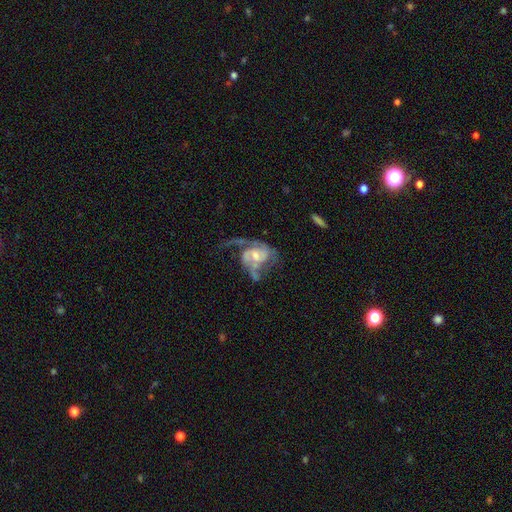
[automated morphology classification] Smooth or featured?
  - featured or disk: 83% *
  - smooth: 12%
  - star or artifact: 6%
Edge-on disk?
  - no: 97% *
  - yes: 3%
Bar?
  - no: 50% *
  - weak: 40%
  - strong: 9%
Spiral arms?
  - yes: 89% *
  - no: 11%
Spiral winding?
  - medium: 44% *
  - loose: 37%
  - tight: 19%
Spiral arm count?
  - 2: 56% *
  - 1: 17%
  - can't tell: 14%
  - 3: 8%
  - 4: 3%
  - more than 4: 3%
Bulge size?
  - moderate: 46% *
  - small: 37%
  - large: 8%
  - none: 7%
  - dominant: 2%
Merging?
  - major disturbance: 49% *
  - none: 27%
  - minor disturbance: 15%
  - merger: 9%